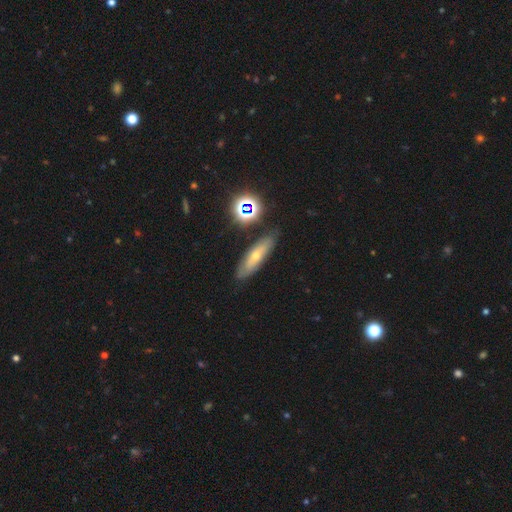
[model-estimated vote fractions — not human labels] Smooth or featured?
  - featured or disk: 46% *
  - smooth: 38%
  - star or artifact: 16%
Merging?
  - none: 81% *
  - minor disturbance: 13%
  - major disturbance: 3%
  - merger: 3%